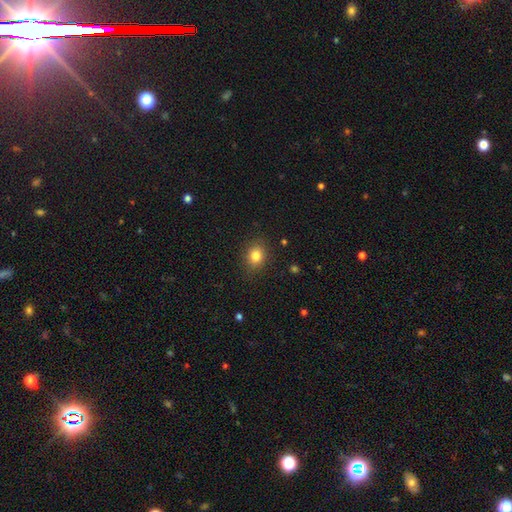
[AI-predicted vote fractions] smooth 82%, star or artifact 11%, featured or disk 7%. Down the decision tree: how rounded — round (57%); merging — none (87%).